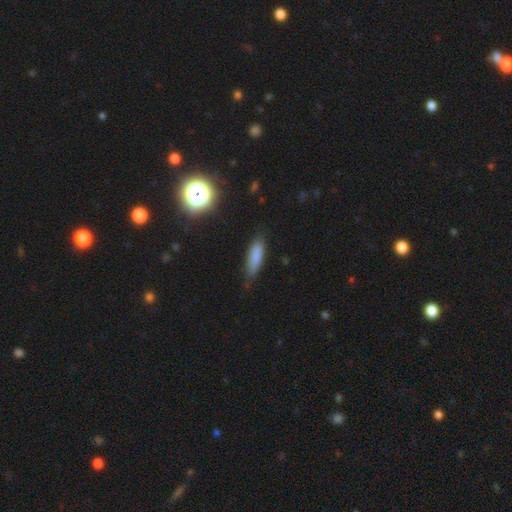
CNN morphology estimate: Smooth or featured: smooth — 80% (featured or disk — 11%)
How rounded: cigar-shaped — 57% (in between — 41%)
Merging: none — 74% (minor disturbance — 20%)